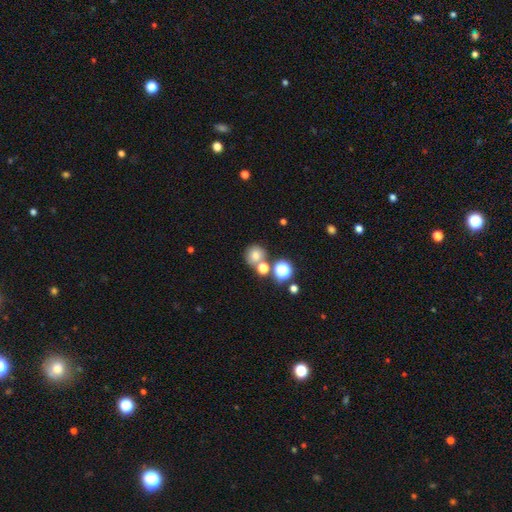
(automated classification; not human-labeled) Q: Smooth or featured?
A: smooth (72%); runner-up: star or artifact (18%)
Q: How rounded?
A: round (89%); runner-up: in between (10%)
Q: Merging?
A: none (62%); runner-up: merger (25%)